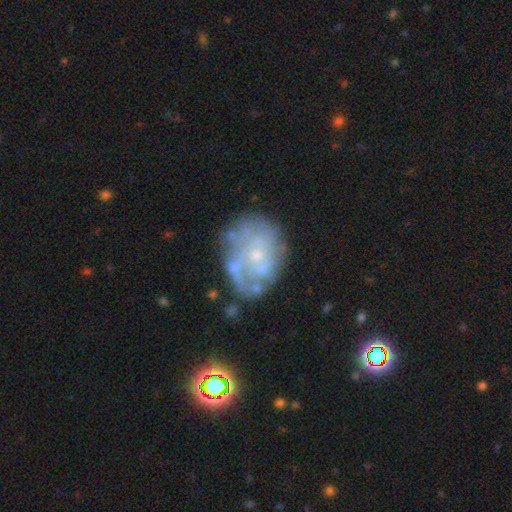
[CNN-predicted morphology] Smooth or featured? Predicted: featured or disk (p=0.70). Edge-on disk? Predicted: no (p=0.97). Bar? Predicted: no (p=0.80). Spiral arms? Predicted: yes (p=0.61). Bulge size? Predicted: small (p=0.74). Merging? Predicted: none (p=0.55).